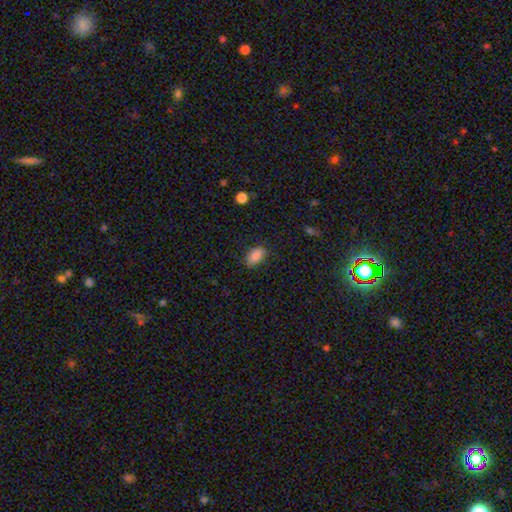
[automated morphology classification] A smooth galaxy with no disk features (87%) that is in between round and cigar-shaped (90%). Merging: none (80%).